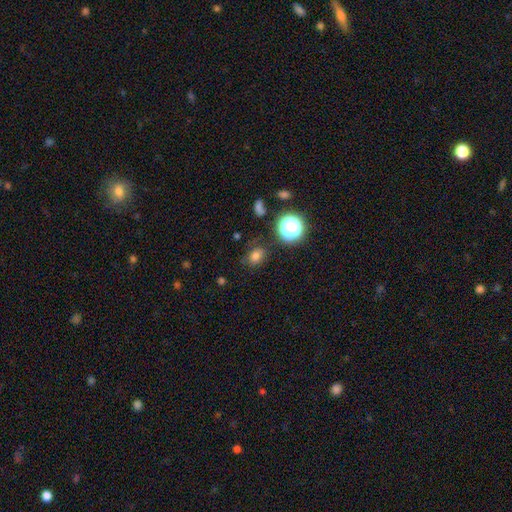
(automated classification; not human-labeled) smooth-or-featured: smooth: 74% | star or artifact: 19% | featured or disk: 8%
  how-rounded: in between: 50% | round: 49% | cigar-shaped: 1%
  merging: none: 75% | minor disturbance: 16% | major disturbance: 6% | merger: 3%